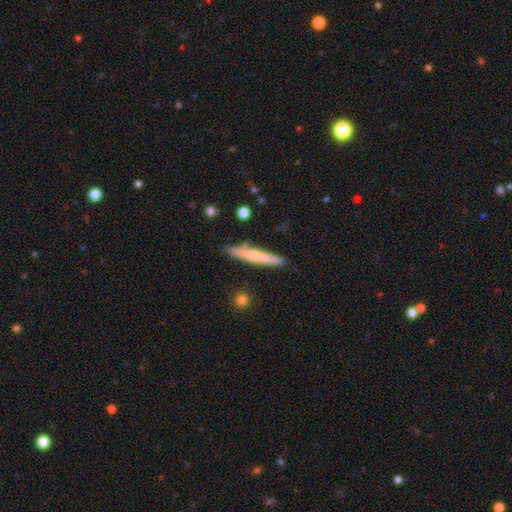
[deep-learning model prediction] A smooth galaxy with no disk features (59%) that is cigar-shaped (94%). Merging: none (86%).